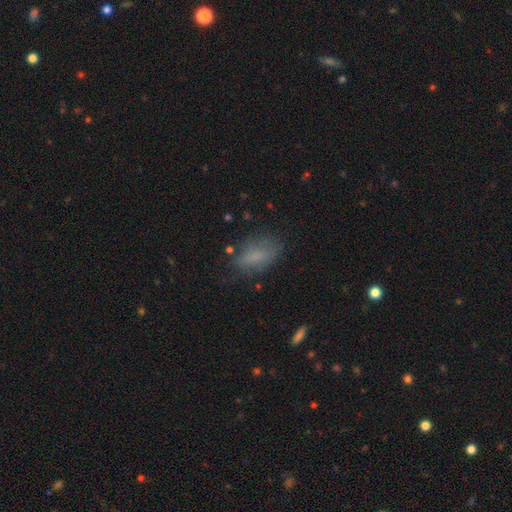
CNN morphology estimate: Smooth or featured? Predicted: smooth (p=0.74). How rounded? Predicted: in between (p=0.86). Merging? Predicted: none (p=0.65).